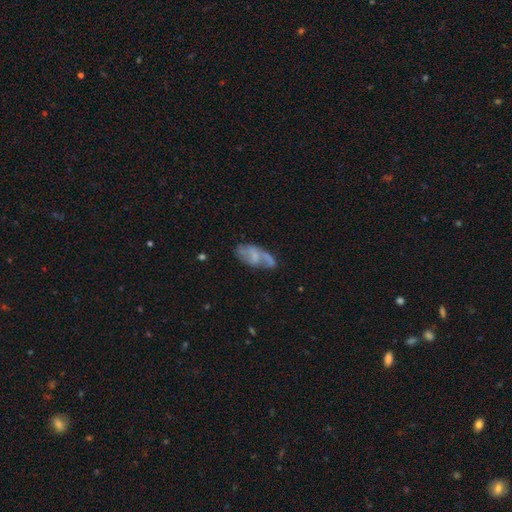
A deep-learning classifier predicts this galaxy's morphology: A featured or disk galaxy (59%) with no bar (54%), spiral arms (67%) and no central bulge (45%). Merging: none (48%).